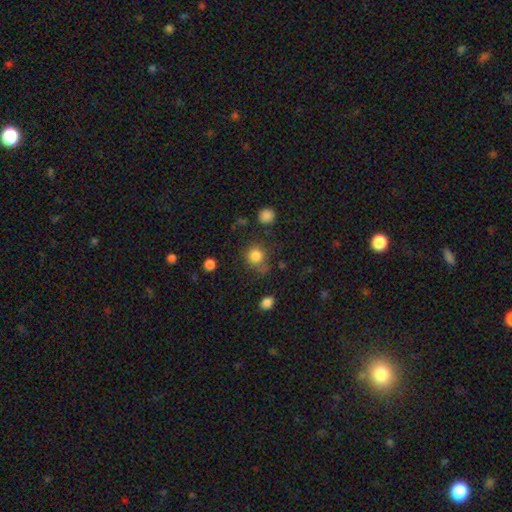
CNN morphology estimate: smooth 82%, star or artifact 12%, featured or disk 6%. Down the decision tree: how rounded — round (84%); merging — none (66%).